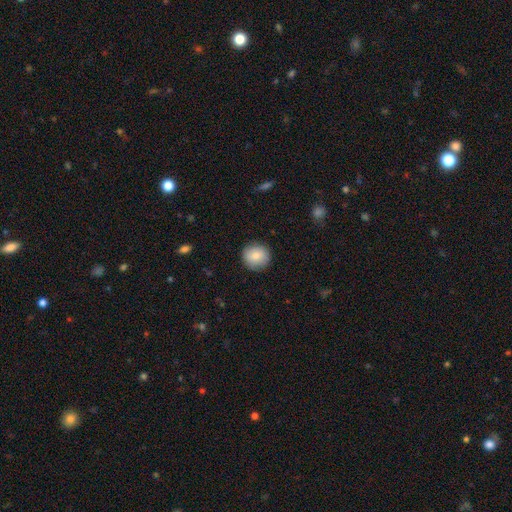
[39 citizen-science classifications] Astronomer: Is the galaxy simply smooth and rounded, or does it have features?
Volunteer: smooth — 87%.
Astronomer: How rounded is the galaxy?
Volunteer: round — 94%.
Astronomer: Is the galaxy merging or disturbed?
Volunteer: none — 78%.